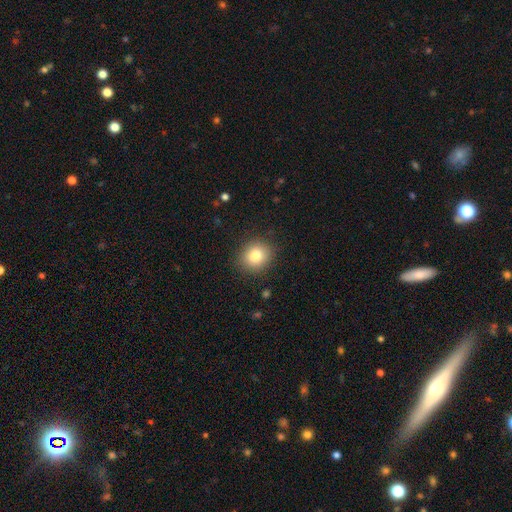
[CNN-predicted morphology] Overall: smooth (82%). How rounded: round (76%). Merging: none (88%).